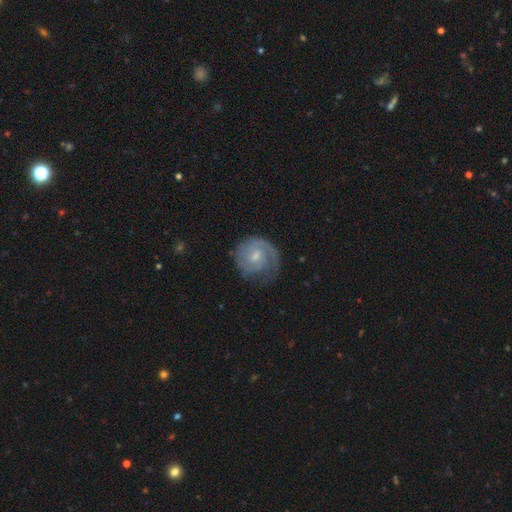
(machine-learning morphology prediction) A featured or disk galaxy (67%) with no bar (50%), 2 (37%) tight (62%) spiral arms (89%) and a small central bulge (50%).

Vote fractions:
- Smooth or featured? featured or disk: 67% / smooth: 27% / star or artifact: 6%
- Edge-on disk? no: 98% / yes: 2%
- Bar? no: 50% / weak: 44% / strong: 6%
- Spiral arms? yes: 89% / no: 11%
- Spiral winding? tight: 62% / medium: 28% / loose: 10%
- Spiral arm count? 2: 37% / 1: 27% / can't tell: 25% / 3: 6% / 4: 2% / more than 4: 2%
- Bulge size? small: 50% / moderate: 43% / none: 4% / large: 2% / dominant: 1%
- Merging? none: 64% / minor disturbance: 23% / major disturbance: 11% / merger: 1%